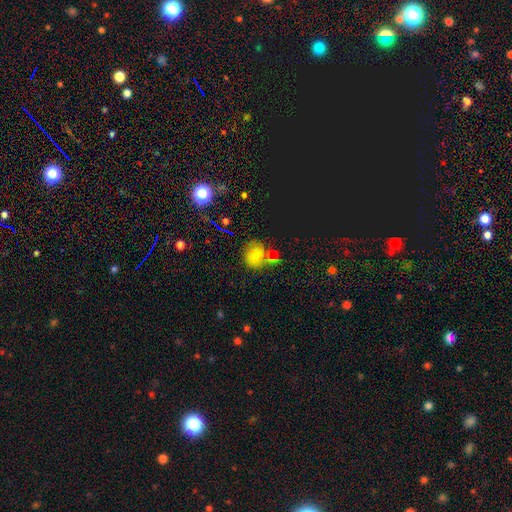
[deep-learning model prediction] The model was most divided on "merging": none: 52%, merger: 28%, minor disturbance: 14%, major disturbance: 6%. More confident: how rounded — round (71%); smooth or featured — smooth (62%).